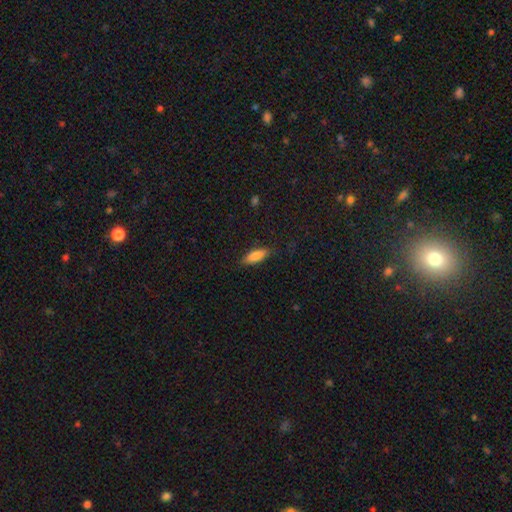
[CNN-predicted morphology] This is clearly a smooth galaxy (81%). How rounded: possibly in between (56%). Merging: clearly none (82%).